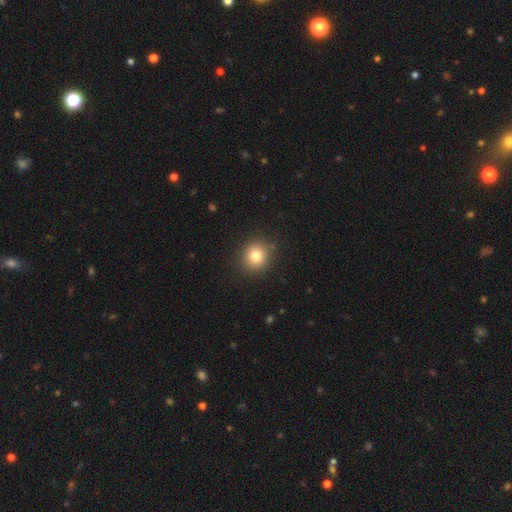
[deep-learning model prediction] Smooth or featured?
  - smooth: 81% *
  - star or artifact: 12%
  - featured or disk: 8%
How rounded?
  - round: 86% *
  - in between: 13%
  - cigar-shaped: 1%
Merging?
  - none: 89% *
  - minor disturbance: 7%
  - major disturbance: 2%
  - merger: 1%